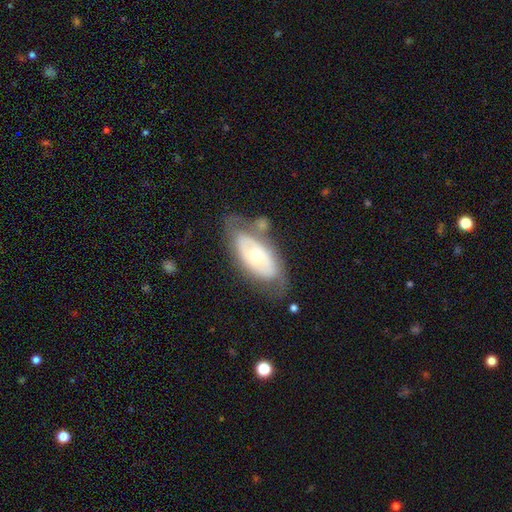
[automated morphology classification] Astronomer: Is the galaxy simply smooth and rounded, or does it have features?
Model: featured or disk — 61%.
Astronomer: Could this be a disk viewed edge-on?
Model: no — 88%.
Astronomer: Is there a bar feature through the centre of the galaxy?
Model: no — 80%.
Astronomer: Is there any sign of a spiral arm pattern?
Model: no — 58% (runner-up: yes, 42%).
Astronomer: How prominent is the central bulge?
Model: moderate — 49% (runner-up: small, 45%).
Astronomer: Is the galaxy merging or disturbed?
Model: none — 57%.